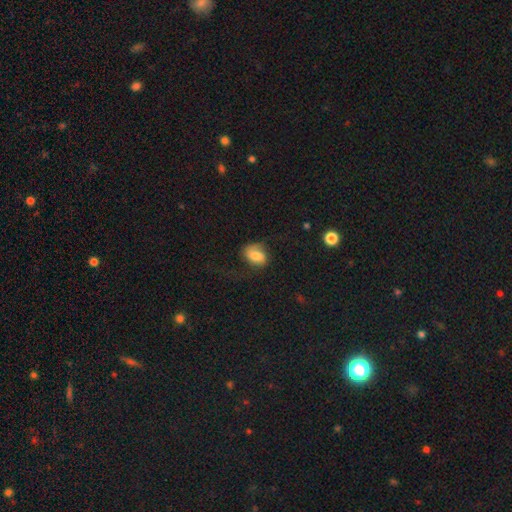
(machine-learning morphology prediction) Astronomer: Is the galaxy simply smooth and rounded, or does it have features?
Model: smooth — 61%.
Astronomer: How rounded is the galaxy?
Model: in between — 78%.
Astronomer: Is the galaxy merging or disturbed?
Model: none — 47% (runner-up: minor disturbance, 27%).